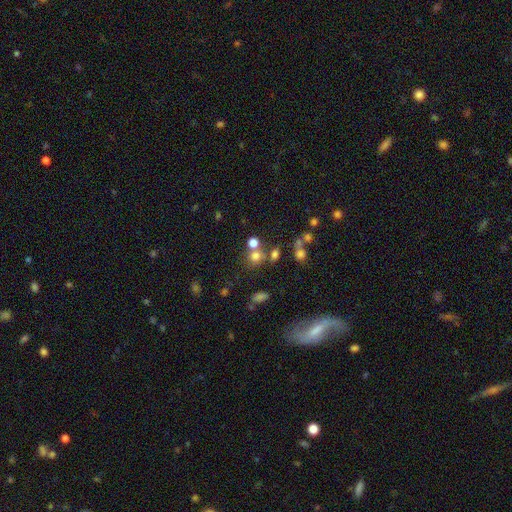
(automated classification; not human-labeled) Smooth or featured: smooth — 70% (star or artifact — 20%)
How rounded: round — 83% (in between — 16%)
Merging: none — 58% (merger — 27%)